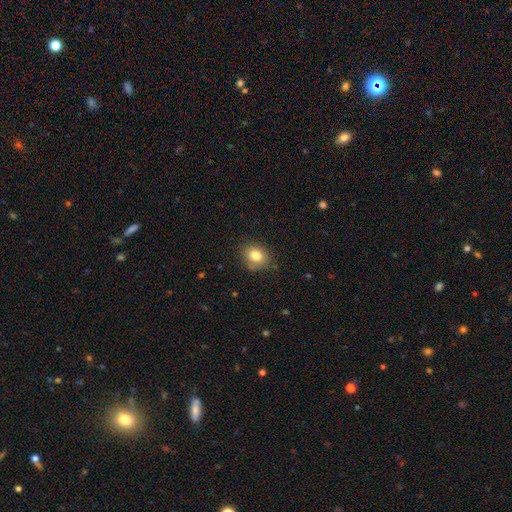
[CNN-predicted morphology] The model was most divided on "how rounded": round: 52%, in between: 47%, cigar-shaped: 1%. More confident: smooth or featured — smooth (80%); merging — none (77%).